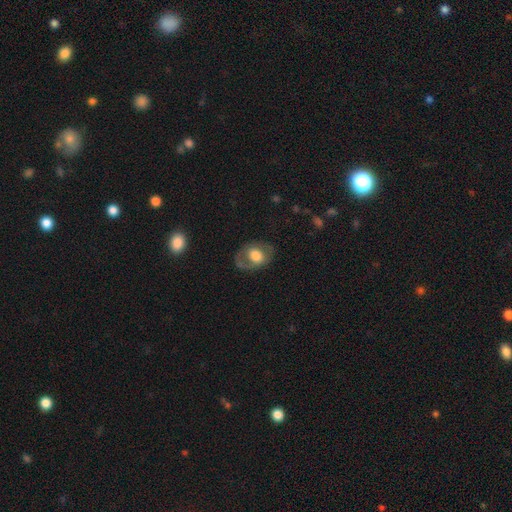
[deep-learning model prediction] smooth_or_featured: smooth (p=0.52) [alt: featured or disk p=0.41]
how_rounded: in between (p=0.65) [alt: round p=0.34]
merging: none (p=0.68) [alt: minor disturbance p=0.19]